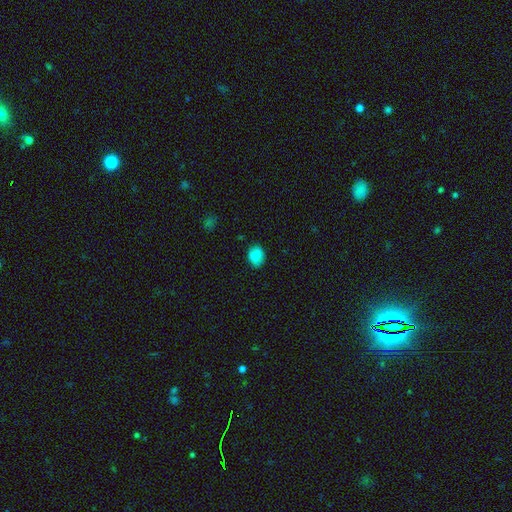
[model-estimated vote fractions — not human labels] Smooth or featured: smooth — 86% (star or artifact — 9%)
How rounded: in between — 51% (round — 48%)
Merging: none — 83% (minor disturbance — 13%)